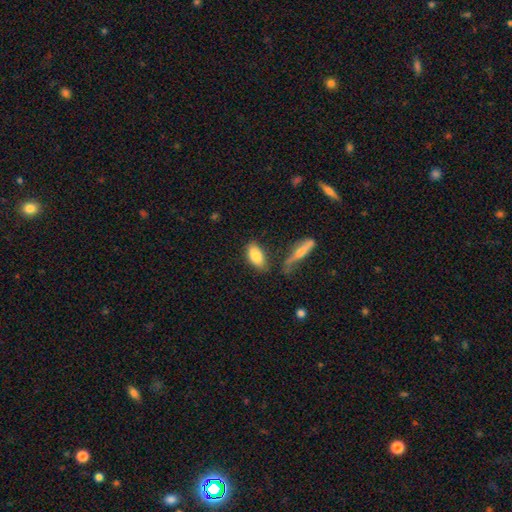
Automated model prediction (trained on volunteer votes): smooth 84%, featured or disk 9%, star or artifact 6%. Down the decision tree: how rounded — in between (89%); merging — none (69%).